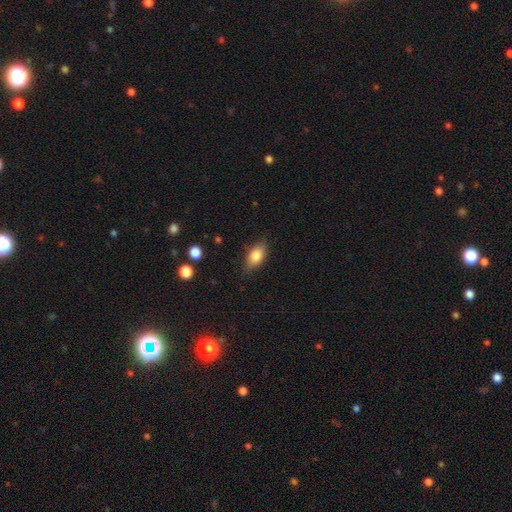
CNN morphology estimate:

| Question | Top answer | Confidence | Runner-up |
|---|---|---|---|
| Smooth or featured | smooth | 79% | featured or disk (14%) |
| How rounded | in between | 86% | round (7%) |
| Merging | none | 76% | minor disturbance (19%) |